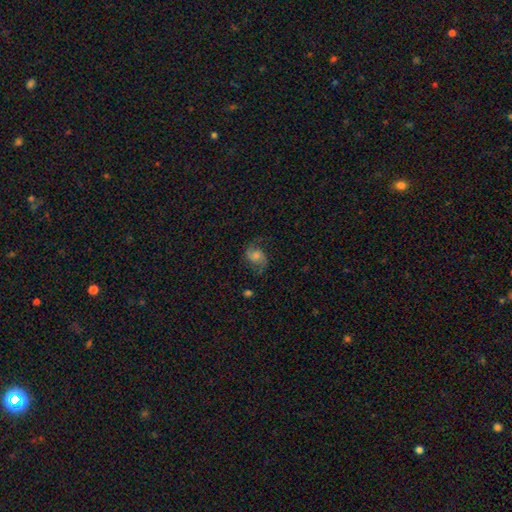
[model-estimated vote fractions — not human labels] Smooth or featured: featured or disk — 66% (smooth — 22%)
Edge-on disk: no — 97% (yes — 3%)
Bar: no — 62% (weak — 31%)
Spiral arms: yes — 93% (no — 7%)
Spiral winding: loose — 44% (tied with medium — 44%)
Spiral arm count: 2 — 89% (can't tell — 4%)
Bulge size: moderate — 44% (small — 33%)
Merging: none — 72% (minor disturbance — 17%)